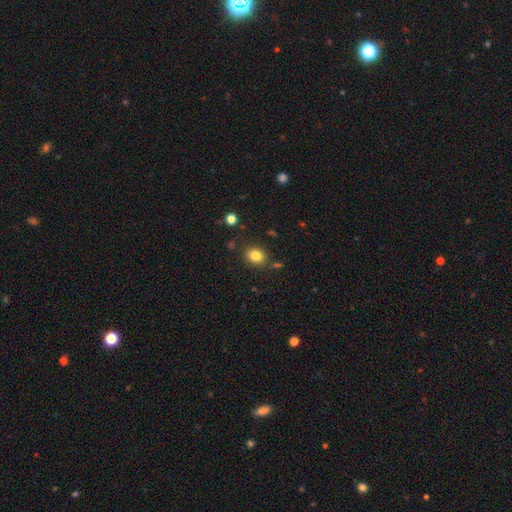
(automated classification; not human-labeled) Smooth or featured?
  - smooth: 83% *
  - star or artifact: 11%
  - featured or disk: 6%
How rounded?
  - round: 56% *
  - in between: 43%
  - cigar-shaped: 1%
Merging?
  - none: 82% *
  - minor disturbance: 11%
  - merger: 4%
  - major disturbance: 3%